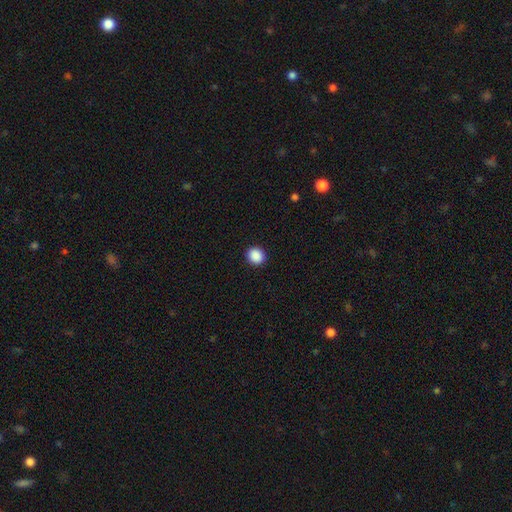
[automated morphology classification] smooth_or_featured: smooth (p=0.89) [alt: star or artifact p=0.09]
how_rounded: round (p=0.86) [alt: in between p=0.13]
merging: none (p=0.92) [alt: minor disturbance p=0.05]